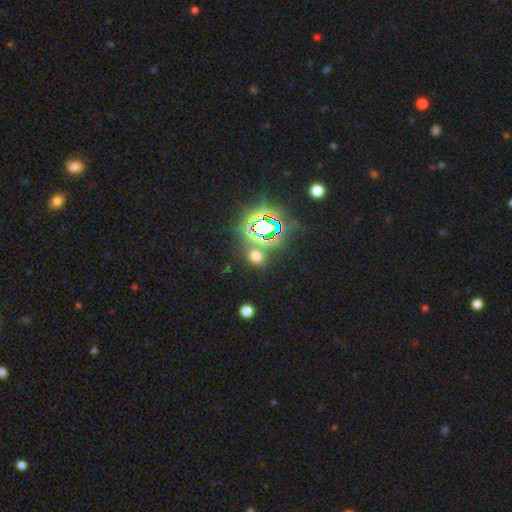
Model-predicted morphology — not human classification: A smooth galaxy with no disk features (50%). Merging: none (75%).